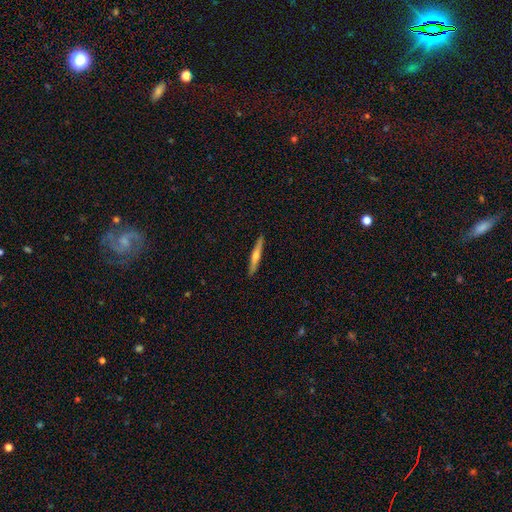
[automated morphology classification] smooth-or-featured: featured or disk: 59% | smooth: 35% | star or artifact: 6%
  disk-edge-on: yes: 97% | no: 3%
    edge-on-bulge: rounded: 85% | none: 11% | boxy: 4%
  merging: none: 92% | minor disturbance: 6% | major disturbance: 1% | merger: 1%